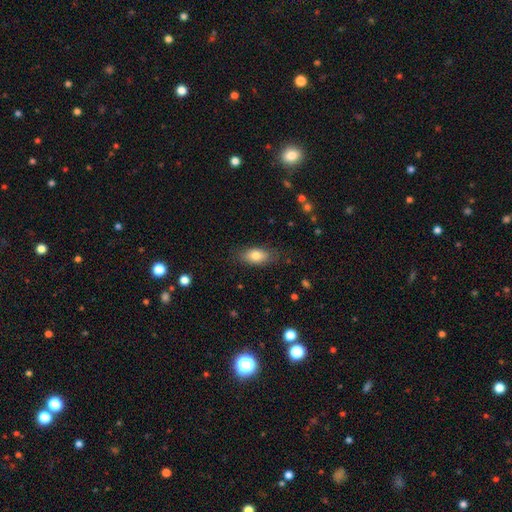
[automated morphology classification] Smooth or featured: smooth — 79% (featured or disk — 14%)
How rounded: in between — 87% (round — 7%)
Merging: none — 80% (minor disturbance — 16%)